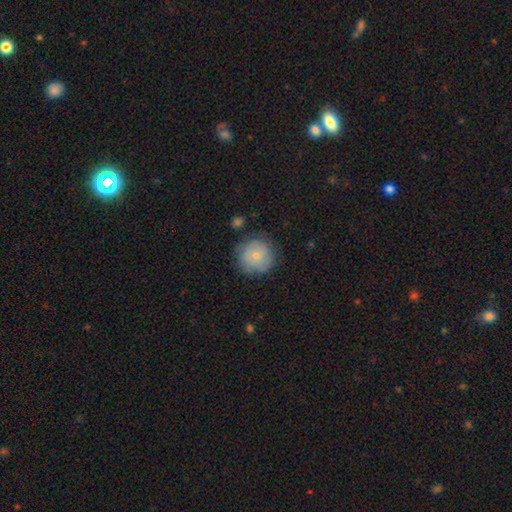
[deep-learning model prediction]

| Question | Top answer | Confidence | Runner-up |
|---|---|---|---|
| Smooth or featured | smooth | 72% | featured or disk (21%) |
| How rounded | round | 94% | in between (5%) |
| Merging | none | 77% | minor disturbance (16%) |